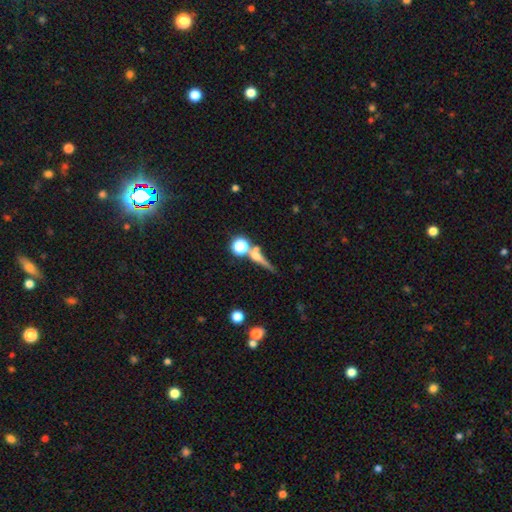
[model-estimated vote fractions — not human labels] A featured or disk galaxy (43%). Merging: none (57%).